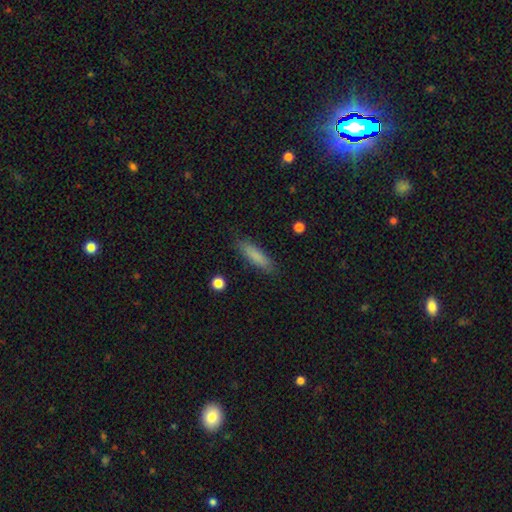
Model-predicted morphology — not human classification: A smooth galaxy with no disk features (83%) that is cigar-shaped (74%). Merging: none (86%).